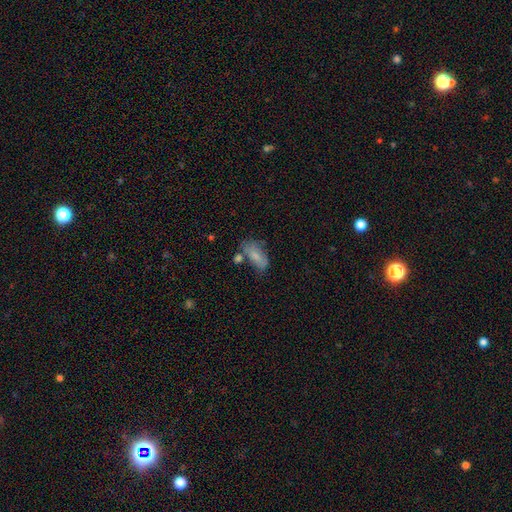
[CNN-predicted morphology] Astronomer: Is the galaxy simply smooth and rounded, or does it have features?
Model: smooth — 72%.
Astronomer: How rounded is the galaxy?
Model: in between — 87%.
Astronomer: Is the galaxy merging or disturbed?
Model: none — 48% (runner-up: minor disturbance, 25%).